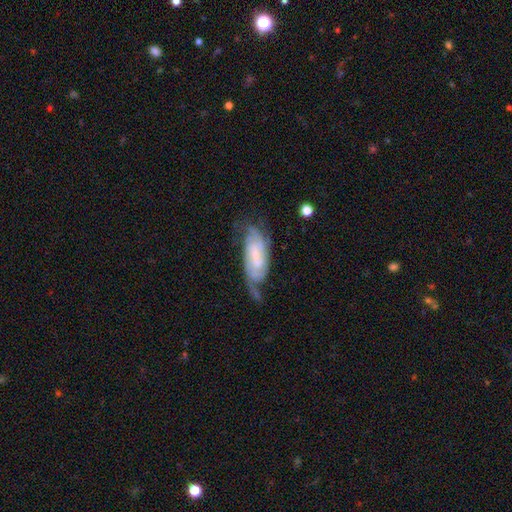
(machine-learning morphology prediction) Smooth or featured? featured or disk (82%)
Edge-on disk? no (93%)
Bar? weak (49%)
Spiral arms? yes (95%)
Spiral winding? tight (48%)
Spiral arm count? 2 (54%)
Bulge size? small (61%)
Merging? none (57%)